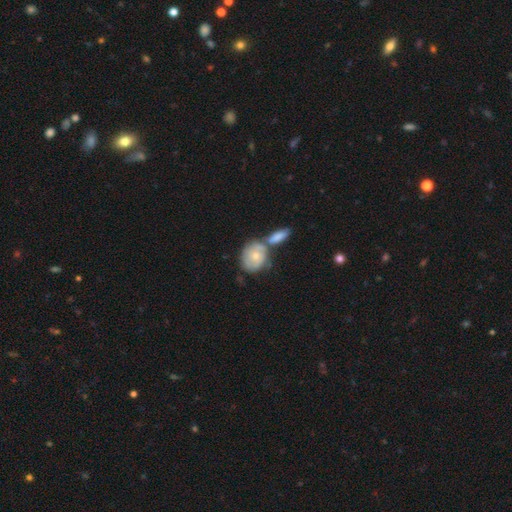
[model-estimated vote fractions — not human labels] Overall: smooth (49%; featured or disk 45%). Merging: none (39%, tied with merger).